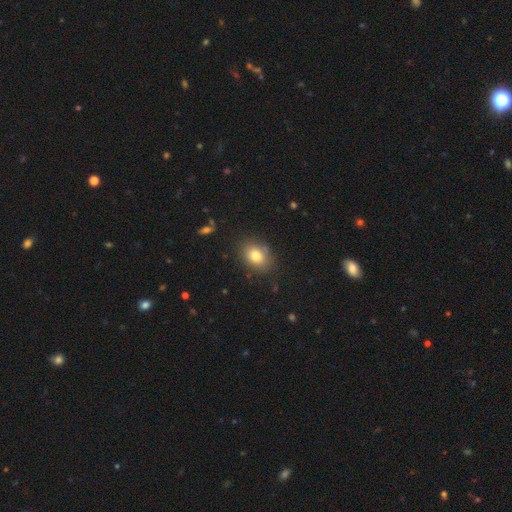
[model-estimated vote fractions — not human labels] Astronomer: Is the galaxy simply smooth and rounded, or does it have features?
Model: smooth — 80%.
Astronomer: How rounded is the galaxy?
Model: in between — 63%.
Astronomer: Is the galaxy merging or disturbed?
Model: none — 81%.